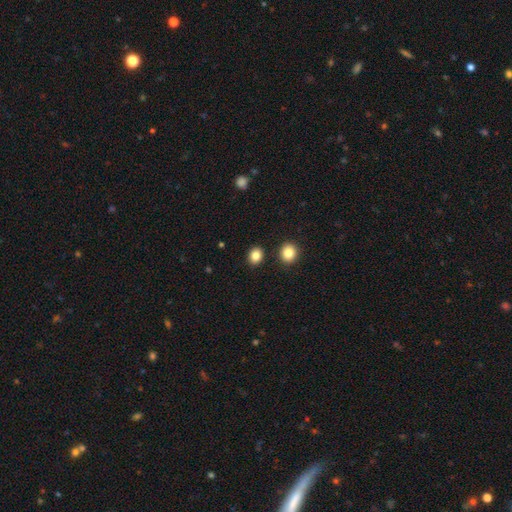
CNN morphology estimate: The model was most divided on "how rounded": round: 60%, in between: 40%, cigar-shaped: 1%. More confident: merging — none (87%); smooth or featured — smooth (85%).